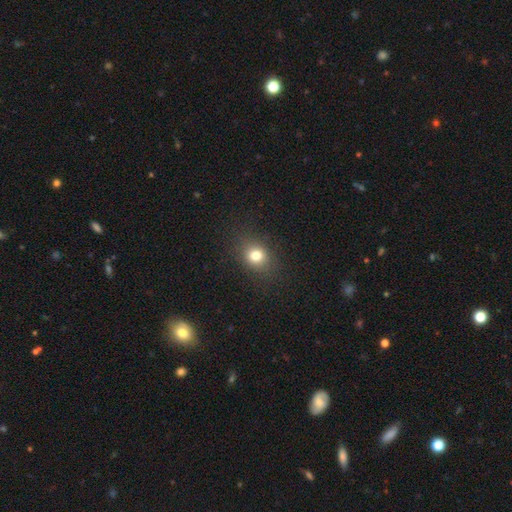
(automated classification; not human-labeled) This is likely a smooth galaxy (78%). How rounded: likely round (63%). Merging: clearly none (86%).